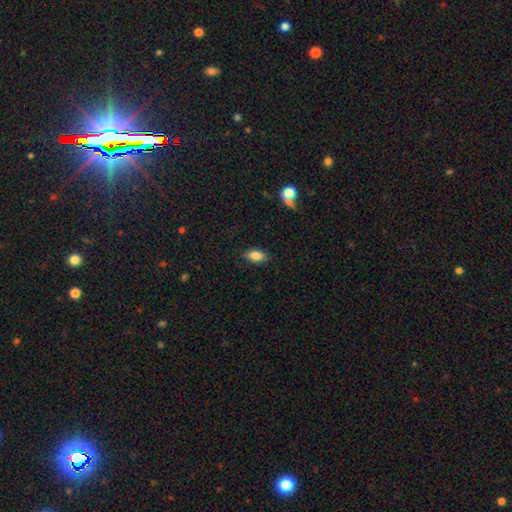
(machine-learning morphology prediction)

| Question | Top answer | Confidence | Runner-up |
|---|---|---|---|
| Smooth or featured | smooth | 82% | featured or disk (10%) |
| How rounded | in between | 89% | round (6%) |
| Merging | none | 86% | minor disturbance (10%) |